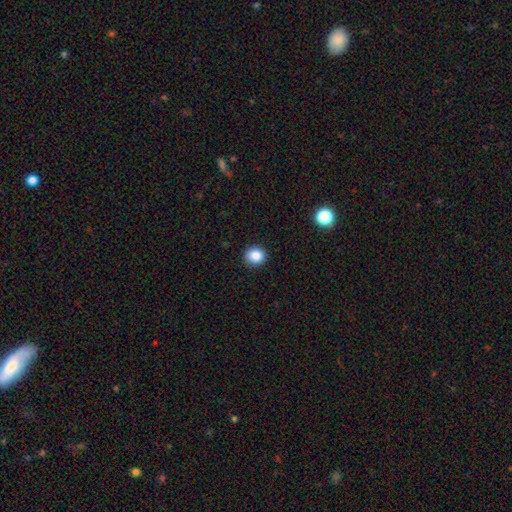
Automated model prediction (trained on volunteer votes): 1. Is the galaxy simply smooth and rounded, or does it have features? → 86% smooth, 10% star or artifact, 4% featured or disk.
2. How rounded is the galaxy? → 83% round, 16% in between, 1% cigar-shaped.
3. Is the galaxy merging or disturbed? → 91% none, 6% minor disturbance, 2% major disturbance, 1% merger.